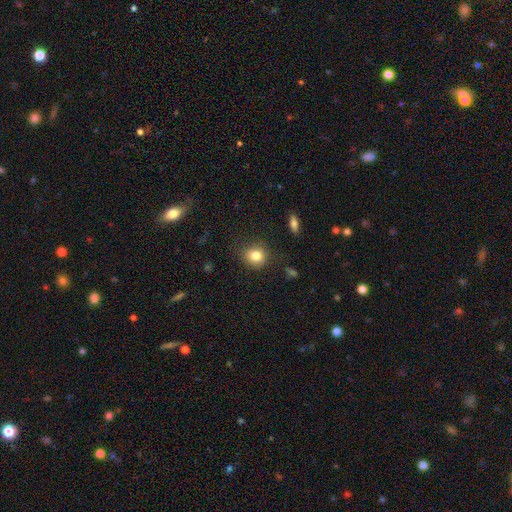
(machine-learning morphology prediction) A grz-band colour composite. It shows a smooth galaxy with no disk features (82%) that is round (80%). Merging: none (85%).